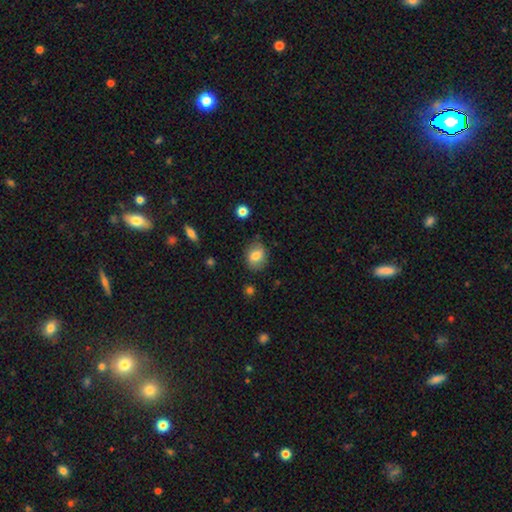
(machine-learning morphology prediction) smooth 77%, featured or disk 14%, star or artifact 9%. Down the decision tree: how rounded — in between (54%); merging — none (80%).